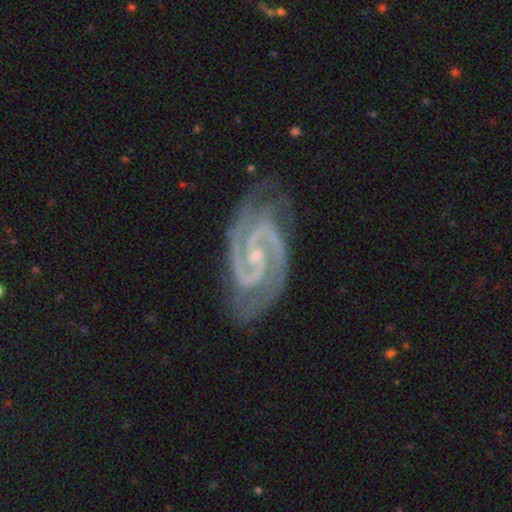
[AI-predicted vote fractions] Smooth or featured? Predicted: featured or disk (p=0.94). Edge-on disk? Predicted: no (p=0.98). Bar? Predicted: weak (p=0.42). Spiral arms? Predicted: yes (p=0.99). Spiral winding? Predicted: tight (p=0.48). Spiral arm count? Predicted: 2 (p=0.90). Bulge size? Predicted: small (p=0.73). Merging? Predicted: none (p=0.77).